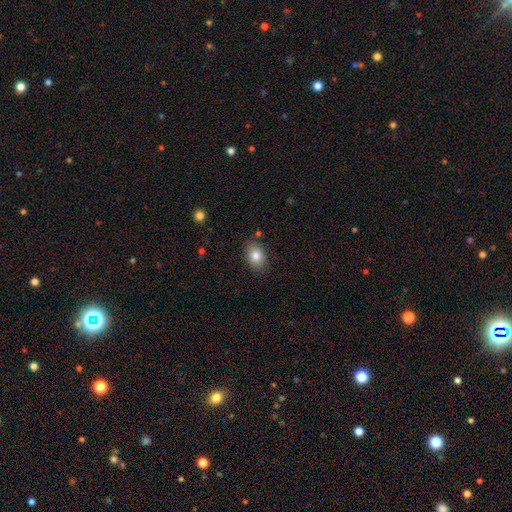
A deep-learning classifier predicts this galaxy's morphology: This appears to be a smooth galaxy with no disk features (82%) that is in between round and cigar-shaped (74%). Merging: none (83%).